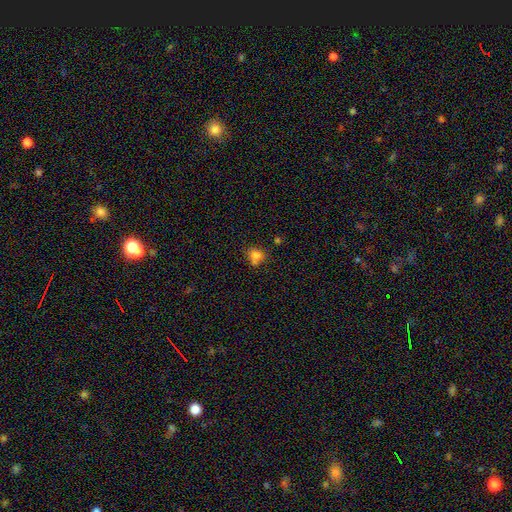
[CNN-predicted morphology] The model was most divided on "how rounded": round: 63%, in between: 36%, cigar-shaped: 1%. More confident: smooth or featured — smooth (76%); merging — none (54%).